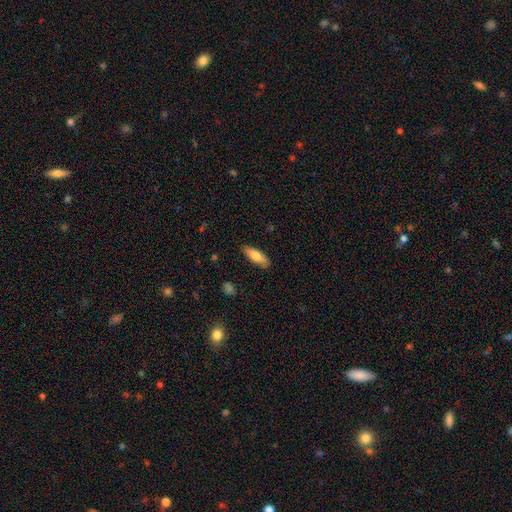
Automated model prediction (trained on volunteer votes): The model was most divided on "how rounded": in between: 65%, cigar-shaped: 33%, round: 2%. More confident: merging — none (85%); smooth or featured — smooth (75%).